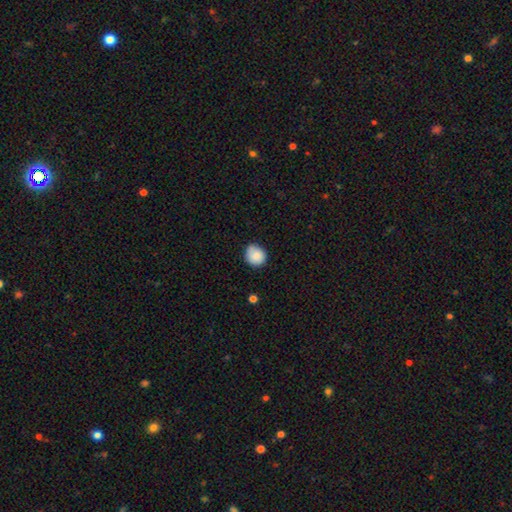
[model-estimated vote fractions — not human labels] Smooth or featured? smooth (84%)
How rounded? round (80%)
Merging? none (70%)